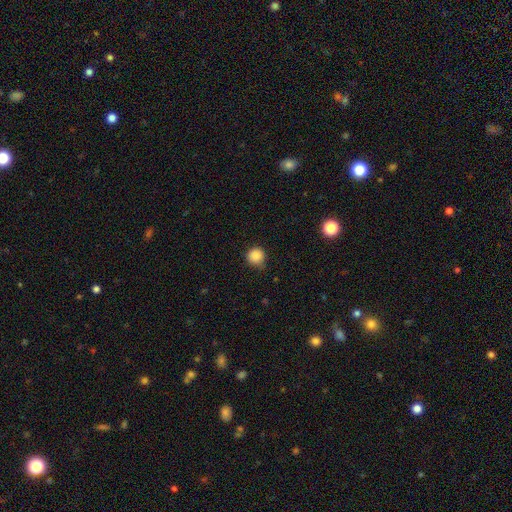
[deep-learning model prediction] smooth_or_featured: smooth (p=0.86) [alt: star or artifact p=0.11]
how_rounded: round (p=0.94) [alt: in between p=0.05]
merging: none (p=0.78) [alt: minor disturbance p=0.17]